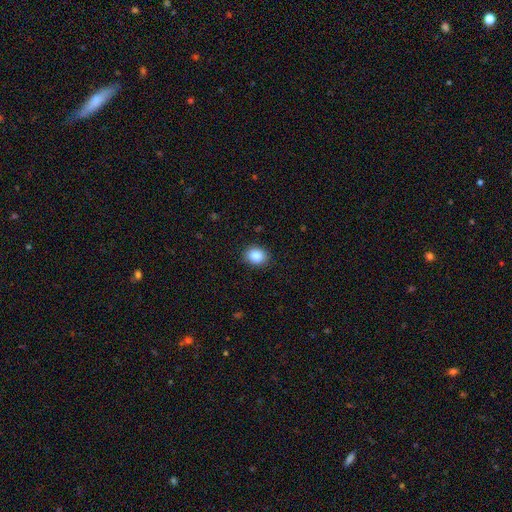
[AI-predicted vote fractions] Smooth or featured? Predicted: smooth (p=0.87). How rounded? Predicted: round (p=0.55). Merging? Predicted: none (p=0.88).